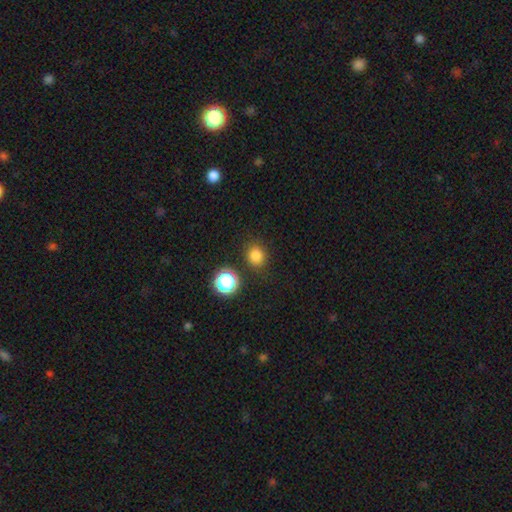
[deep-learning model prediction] A smooth galaxy with no disk features (79%) that is round (82%).

Vote fractions:
- Smooth or featured? smooth: 79% / star or artifact: 16% / featured or disk: 5%
- How rounded? round: 82% / in between: 17% / cigar-shaped: 1%
- Merging? none: 85% / minor disturbance: 9% / merger: 4% / major disturbance: 3%